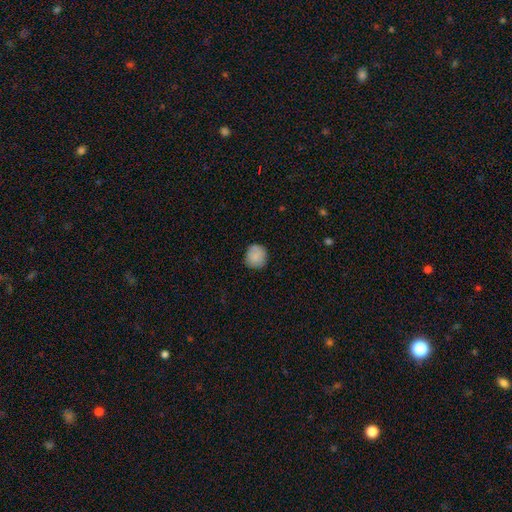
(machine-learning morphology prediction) smooth_or_featured: smooth (p=0.86) [alt: star or artifact p=0.07]
how_rounded: round (p=0.89) [alt: in between p=0.10]
merging: none (p=0.83) [alt: minor disturbance p=0.13]